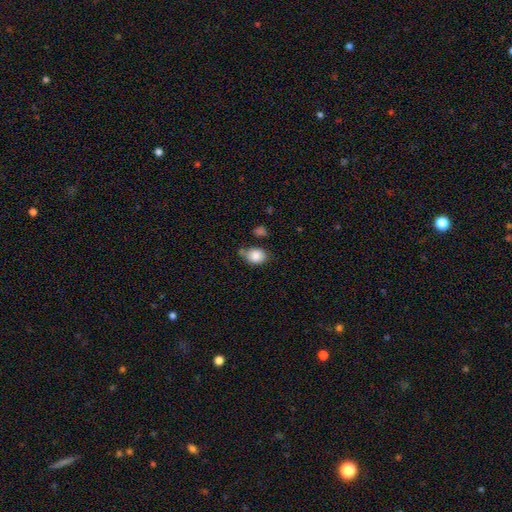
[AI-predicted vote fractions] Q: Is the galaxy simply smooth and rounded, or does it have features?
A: smooth — 85%.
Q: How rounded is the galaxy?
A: in between — 62%.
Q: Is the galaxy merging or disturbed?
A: none — 58%.